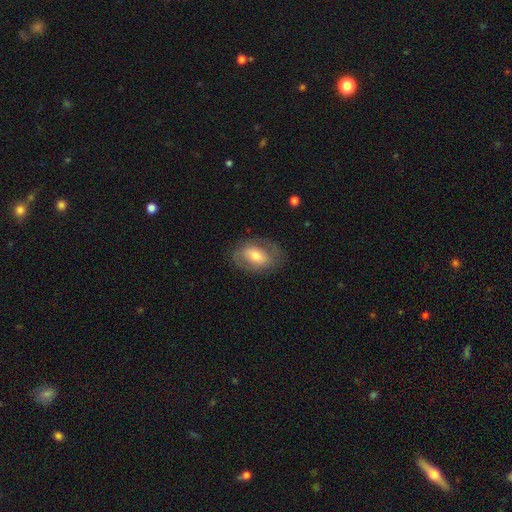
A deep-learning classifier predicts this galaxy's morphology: type=smooth (47%, tied with featured or disk); merging=none (75%).